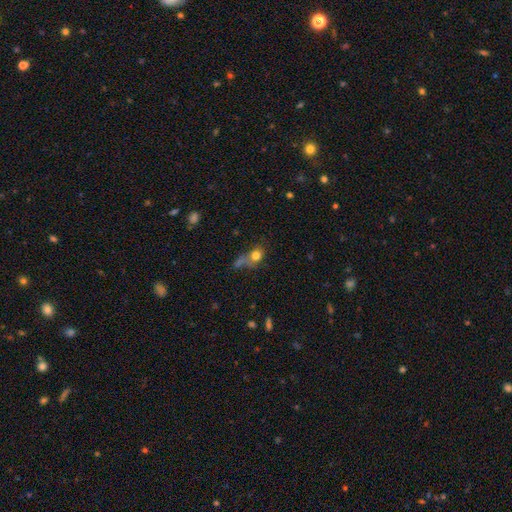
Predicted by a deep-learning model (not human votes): This is likely a smooth galaxy (73%). How rounded: likely round (63%). Merging: marginally none (40%).